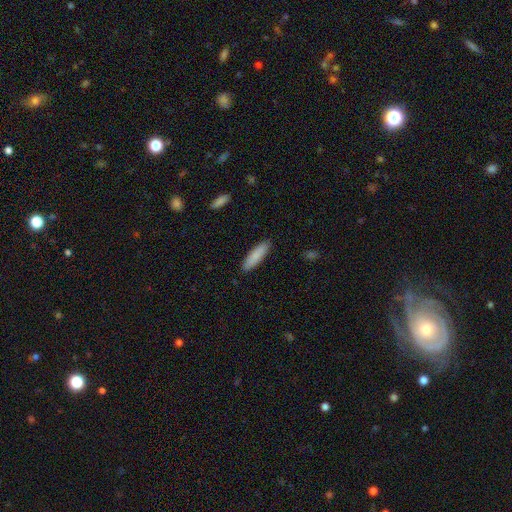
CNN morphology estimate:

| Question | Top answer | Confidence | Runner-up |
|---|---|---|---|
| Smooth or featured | smooth | 87% | featured or disk (8%) |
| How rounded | cigar-shaped | 67% | in between (32%) |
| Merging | none | 90% | minor disturbance (7%) |